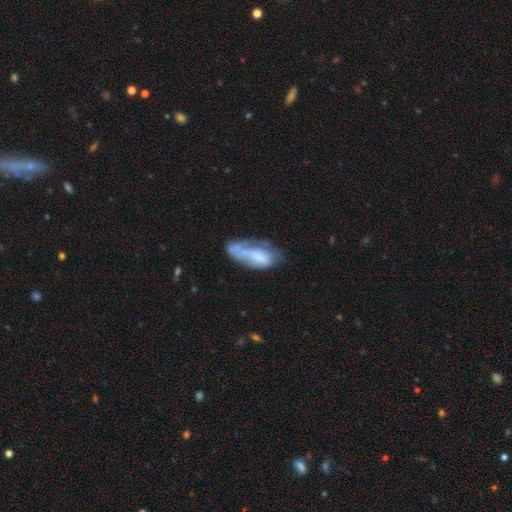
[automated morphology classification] The model was most divided on "smooth or featured": smooth: 48%, featured or disk: 44%, star or artifact: 8%. Remaining: merging — none (34%).